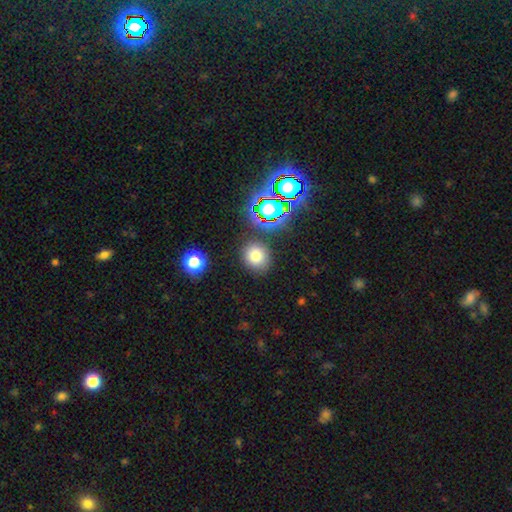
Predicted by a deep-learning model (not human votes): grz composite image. It shows a smooth galaxy with no disk features (76%) that is round (79%). Merging: none (84%).